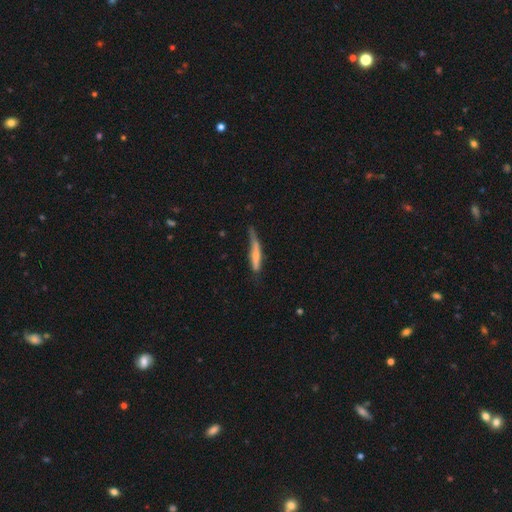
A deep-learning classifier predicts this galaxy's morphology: A smooth galaxy with no disk features (60%) that is cigar-shaped (90%). Merging: none (44%).